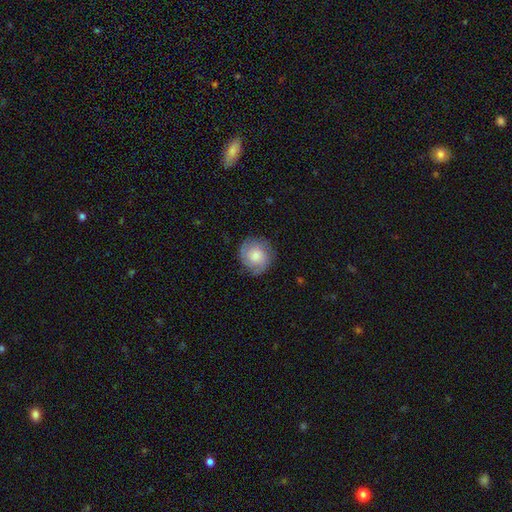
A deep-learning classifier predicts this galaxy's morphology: The model was most divided on "smooth or featured": smooth: 60%, featured or disk: 33%, star or artifact: 7%. More confident: how rounded — round (87%); merging — none (77%).